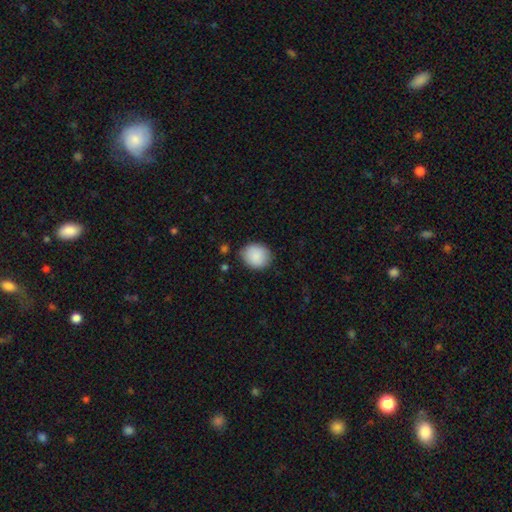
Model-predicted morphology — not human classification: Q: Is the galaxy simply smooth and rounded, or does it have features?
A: smooth — 89%.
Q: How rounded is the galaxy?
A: round — 70%.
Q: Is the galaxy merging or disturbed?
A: none — 82%.